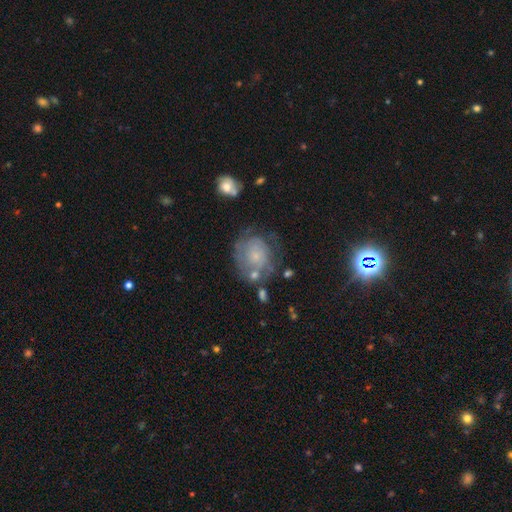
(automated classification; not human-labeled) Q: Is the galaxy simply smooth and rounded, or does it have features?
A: featured or disk — 53%.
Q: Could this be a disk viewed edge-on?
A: no — 97%.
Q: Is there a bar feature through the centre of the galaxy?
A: no — 84%.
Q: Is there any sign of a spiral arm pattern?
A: yes — 62%.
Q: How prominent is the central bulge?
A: small — 66%.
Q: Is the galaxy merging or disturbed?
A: none — 54%.